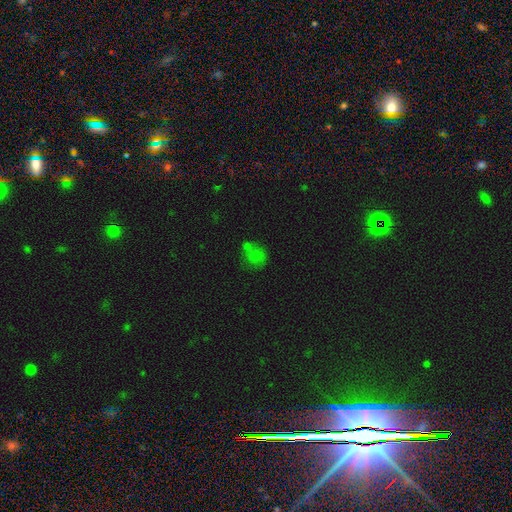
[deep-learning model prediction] smooth 64%, star or artifact 22%, featured or disk 13%. Down the decision tree: how rounded — round (73%); merging — none (45%).